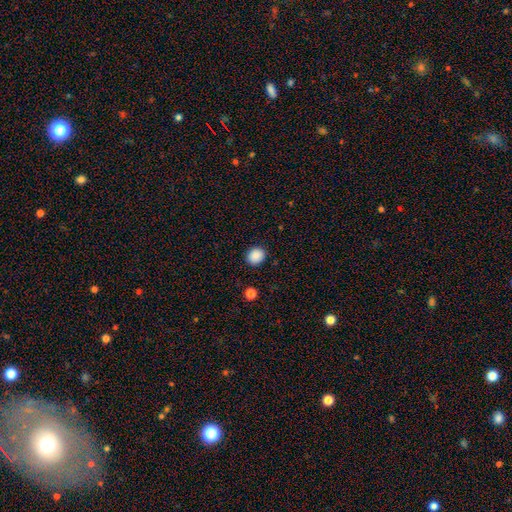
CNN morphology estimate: Smooth or featured? Predicted: smooth (p=0.88). How rounded? Predicted: round (p=0.66). Merging? Predicted: none (p=0.90).